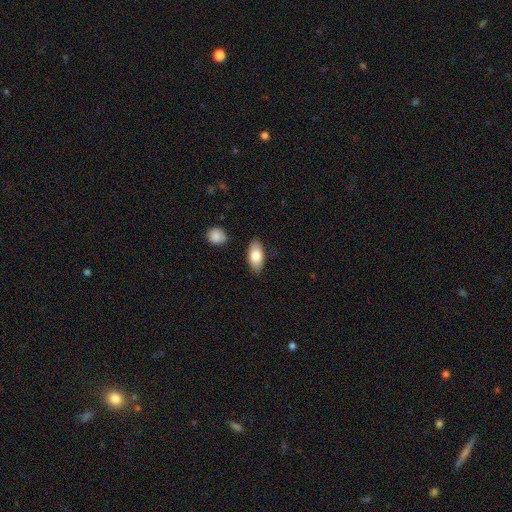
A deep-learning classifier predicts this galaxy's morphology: Smooth or featured? smooth (82%)
How rounded? in between (91%)
Merging? none (84%)